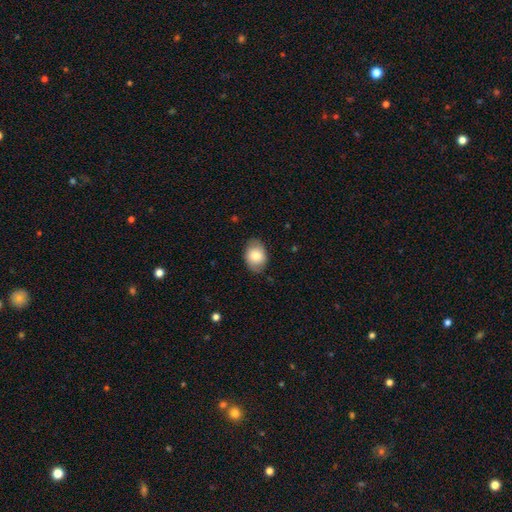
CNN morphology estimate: This appears to be a smooth galaxy with no disk features (80%) that is in between round and cigar-shaped (74%). Merging: none (82%).